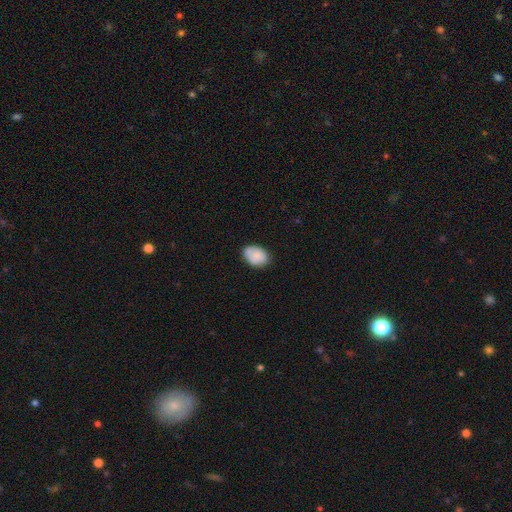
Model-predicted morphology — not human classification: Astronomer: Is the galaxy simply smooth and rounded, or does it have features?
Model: smooth — 83%.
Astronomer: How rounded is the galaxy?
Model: in between — 79%.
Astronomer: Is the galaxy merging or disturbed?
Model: none — 73%.